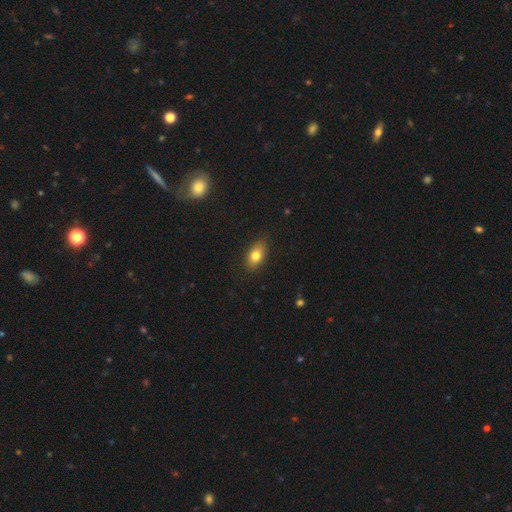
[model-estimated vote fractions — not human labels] Smooth or featured? Predicted: smooth (p=0.78). How rounded? Predicted: in between (p=0.86). Merging? Predicted: none (p=0.85).